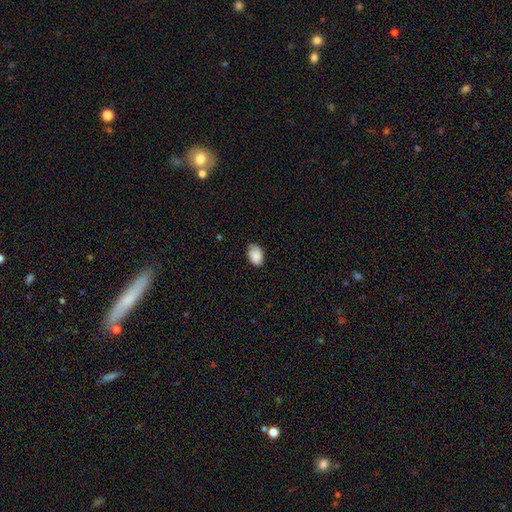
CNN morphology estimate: Smooth or featured? Predicted: smooth (p=0.87). How rounded? Predicted: in between (p=0.83). Merging? Predicted: none (p=0.68).